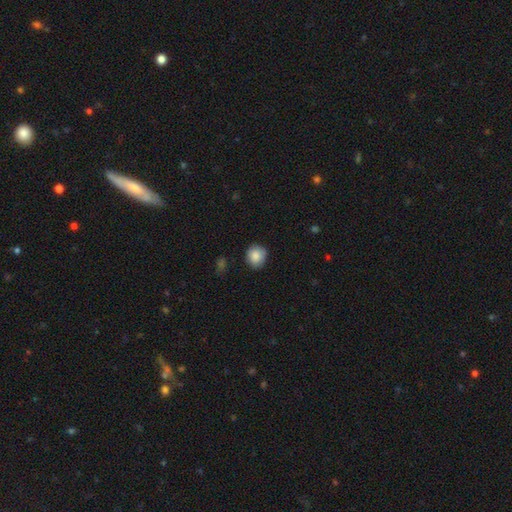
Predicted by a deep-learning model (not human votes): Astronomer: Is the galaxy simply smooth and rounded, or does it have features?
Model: smooth — 86%.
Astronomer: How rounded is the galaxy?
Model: round — 82%.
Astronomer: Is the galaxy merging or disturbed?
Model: none — 83%.